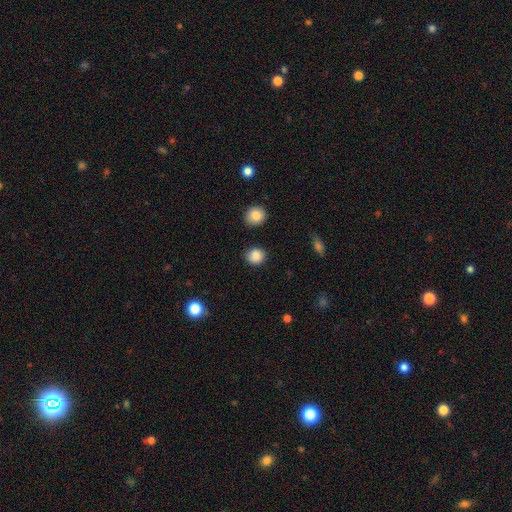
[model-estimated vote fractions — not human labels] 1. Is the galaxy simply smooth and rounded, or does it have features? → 87% smooth, 9% star or artifact, 4% featured or disk.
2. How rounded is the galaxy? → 83% round, 16% in between, 1% cigar-shaped.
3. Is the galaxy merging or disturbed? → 85% none, 10% minor disturbance, 3% major disturbance, 2% merger.